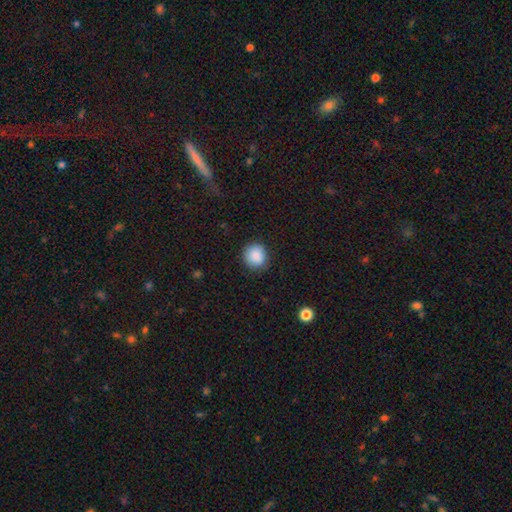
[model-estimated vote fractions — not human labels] A smooth galaxy with no disk features (88%) that is round (91%). Merging: none (88%).